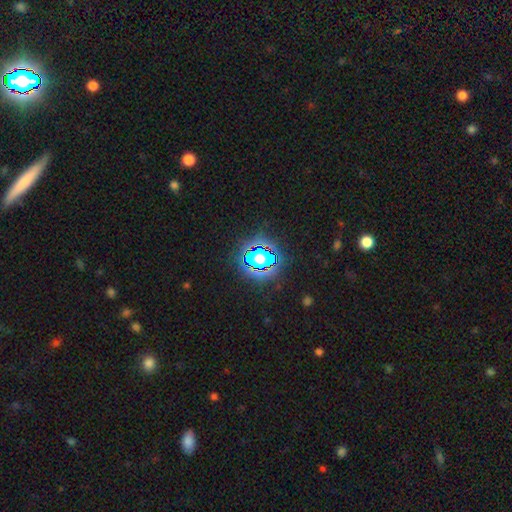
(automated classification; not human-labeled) This is likely a star or artifact rather than a galaxy (78%).